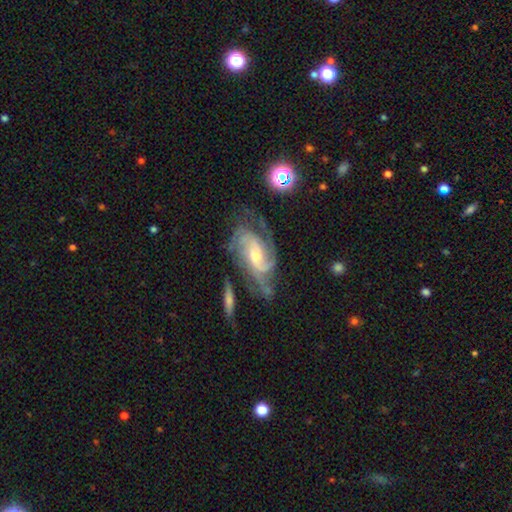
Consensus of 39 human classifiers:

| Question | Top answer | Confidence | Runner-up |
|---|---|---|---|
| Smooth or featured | featured or disk | 87% | smooth (8%) |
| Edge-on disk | no | 100% | — |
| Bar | no | 59% | weak (32%) |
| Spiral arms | yes | 97% | no (3%) |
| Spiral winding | medium | 52% | tight (39%) |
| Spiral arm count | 3 | 36% | can't tell (27%) |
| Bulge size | moderate | 50% | tied: small (50%) |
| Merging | none | 43% | minor disturbance (30%) |